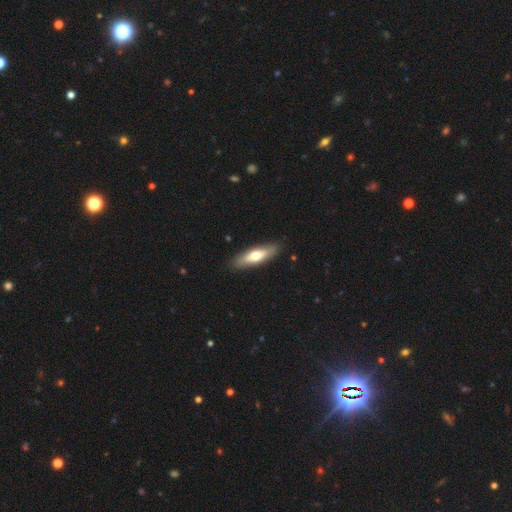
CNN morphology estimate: This is possibly a smooth galaxy (59%). How rounded: possibly cigar-shaped (56%). Merging: clearly none (87%).